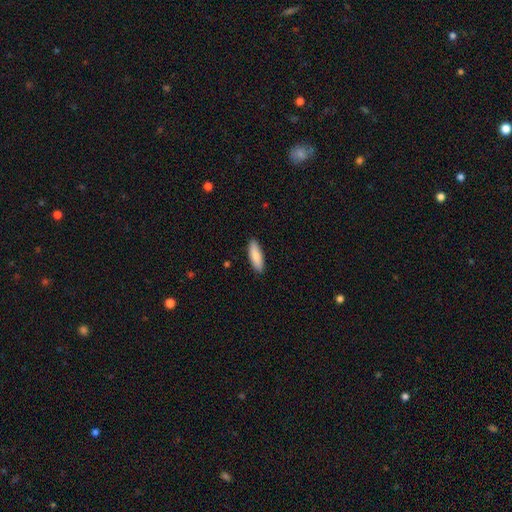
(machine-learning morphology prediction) smooth-or-featured: smooth: 85% | featured or disk: 9% | star or artifact: 6%
  how-rounded: in between: 56% | cigar-shaped: 42% | round: 2%
  merging: none: 89% | minor disturbance: 8% | major disturbance: 2% | merger: 1%